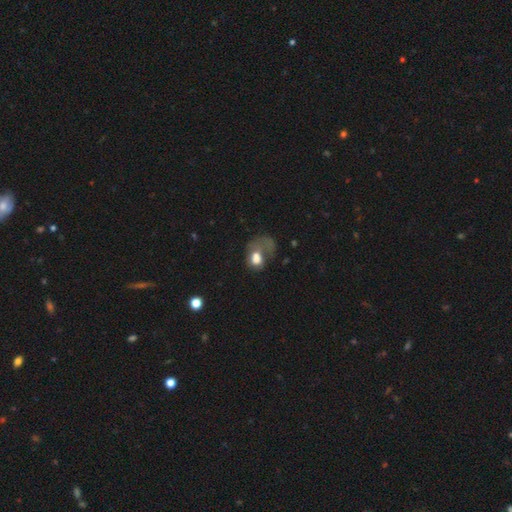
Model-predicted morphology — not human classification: This appears to be a smooth galaxy with no disk features (58%) that is in between round and cigar-shaped (60%). Merging: major disturbance (55%).